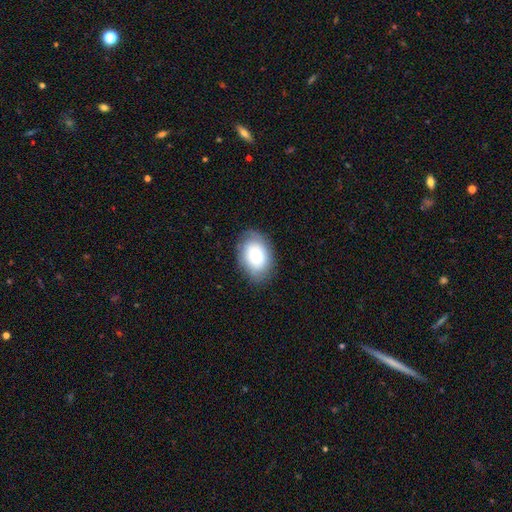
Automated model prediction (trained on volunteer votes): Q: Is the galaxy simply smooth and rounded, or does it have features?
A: smooth — 73%.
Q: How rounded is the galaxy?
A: in between — 81%.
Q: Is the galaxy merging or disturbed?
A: none — 78%.